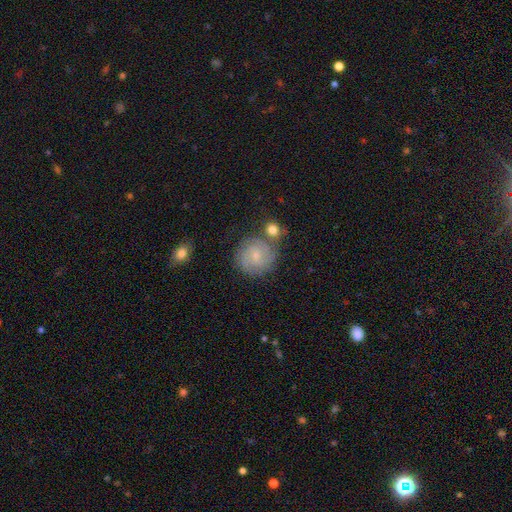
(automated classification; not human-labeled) A featured or disk galaxy (61%) with no bar (70%), 2 (35%) tight (66%) spiral arms (91%) and a small central bulge (68%). Merging: none (70%).